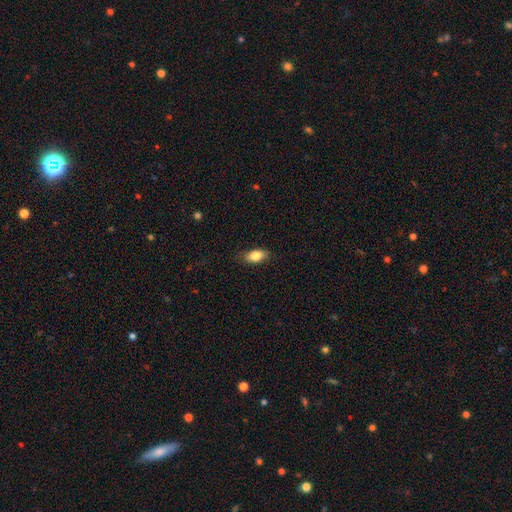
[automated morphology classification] smooth-or-featured: smooth: 83% | featured or disk: 9% | star or artifact: 8%
  how-rounded: in between: 88% | round: 6% | cigar-shaped: 6%
  merging: none: 82% | minor disturbance: 14% | major disturbance: 3% | merger: 1%